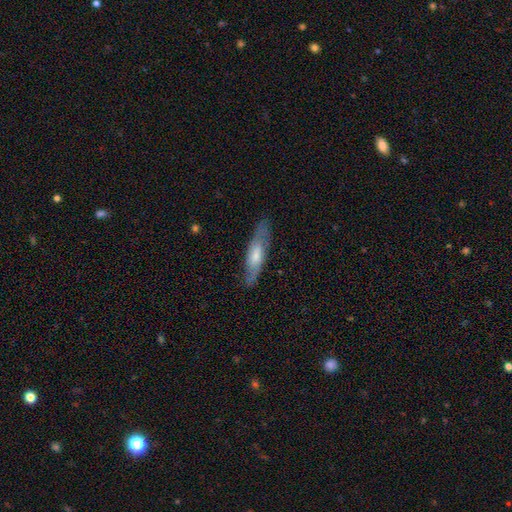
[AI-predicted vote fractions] smooth_or_featured: smooth (p=0.54) [alt: featured or disk p=0.41]
how_rounded: cigar-shaped (p=0.62) [alt: in between p=0.36]
merging: none (p=0.77) [alt: minor disturbance p=0.17]